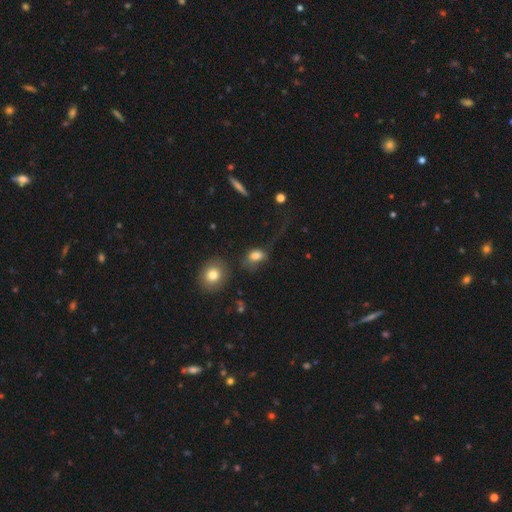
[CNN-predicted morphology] smooth_or_featured: smooth (p=0.76) [alt: featured or disk p=0.13]
how_rounded: in between (p=0.74) [alt: round p=0.23]
merging: major disturbance (p=0.37) [alt: none p=0.35]